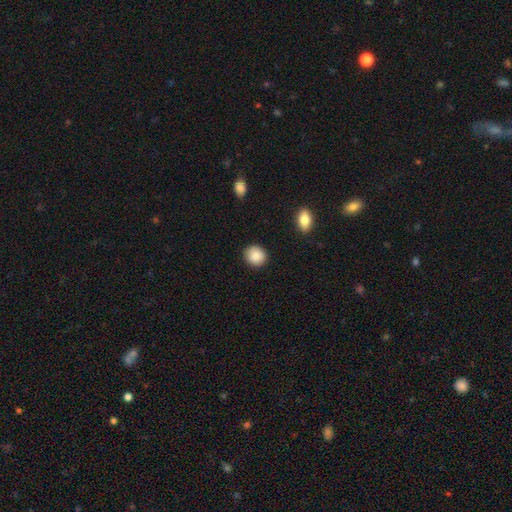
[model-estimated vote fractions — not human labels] smooth_or_featured: smooth (p=0.89) [alt: star or artifact p=0.07]
how_rounded: round (p=0.83) [alt: in between p=0.16]
merging: none (p=0.90) [alt: minor disturbance p=0.07]